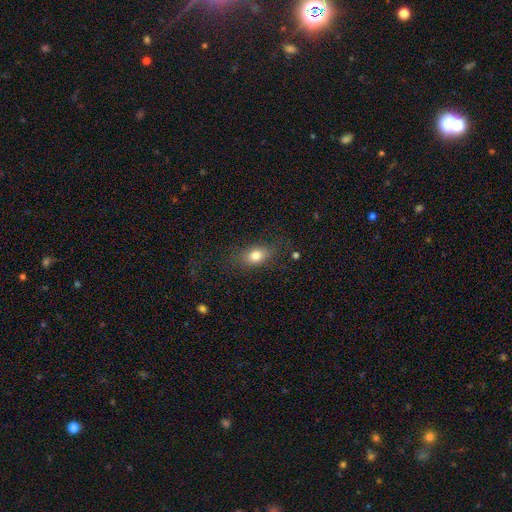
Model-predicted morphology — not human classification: smooth 78%, featured or disk 11%, star or artifact 11%. Down the decision tree: how rounded — in between (72%); merging — none (76%).